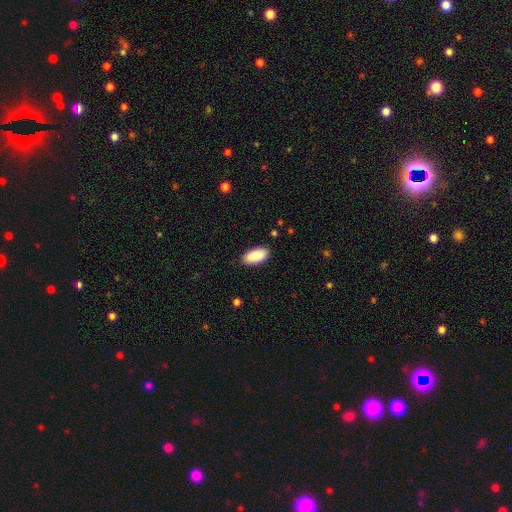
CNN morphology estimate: Q: Smooth or featured?
A: smooth (91%); runner-up: star or artifact (6%)
Q: How rounded?
A: in between (94%); runner-up: cigar-shaped (4%)
Q: Merging?
A: none (87%); runner-up: minor disturbance (10%)